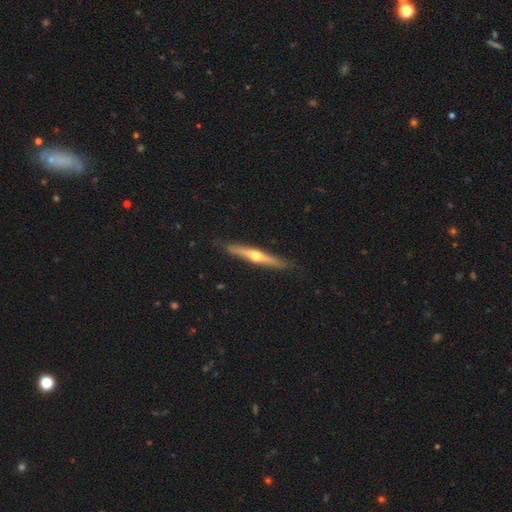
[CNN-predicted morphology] Q: Smooth or featured?
A: featured or disk (64%); runner-up: smooth (31%)
Q: Edge-on disk?
A: yes (96%); runner-up: no (4%)
Q: Edge-on bulge?
A: rounded (91%); runner-up: none (6%)
Q: Merging?
A: none (86%); runner-up: minor disturbance (11%)